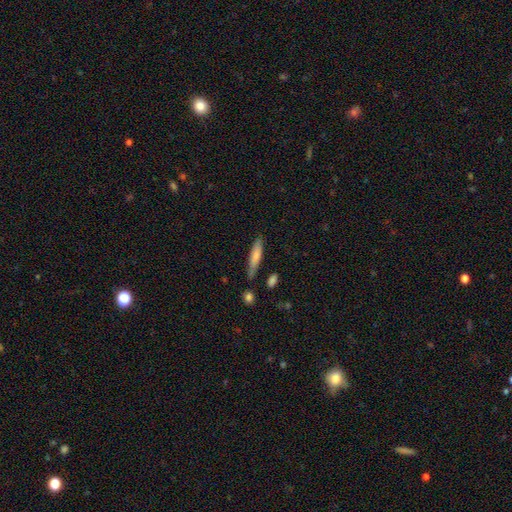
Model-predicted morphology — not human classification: Smooth or featured?
  - smooth: 72% *
  - featured or disk: 22%
  - star or artifact: 6%
How rounded?
  - cigar-shaped: 83% *
  - in between: 15%
  - round: 2%
Merging?
  - none: 77% *
  - minor disturbance: 16%
  - merger: 4%
  - major disturbance: 3%